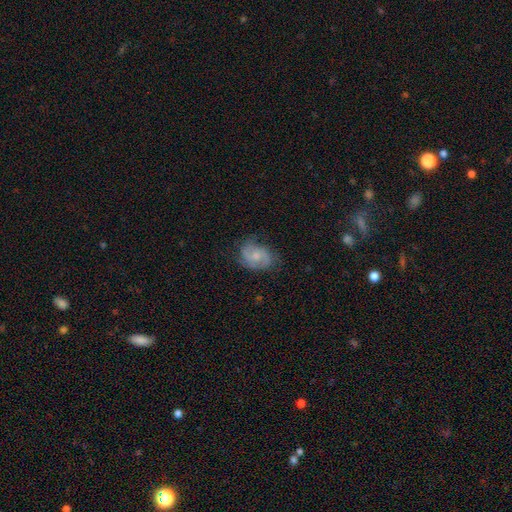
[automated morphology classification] This is possibly a featured or disk galaxy (53%). It is clearly not viewed edge-on (97%). Bar: likely no (66%). Spiral arm pattern: clearly yes (85%). Central bulge: possibly small (45%). Merging: likely none (65%).